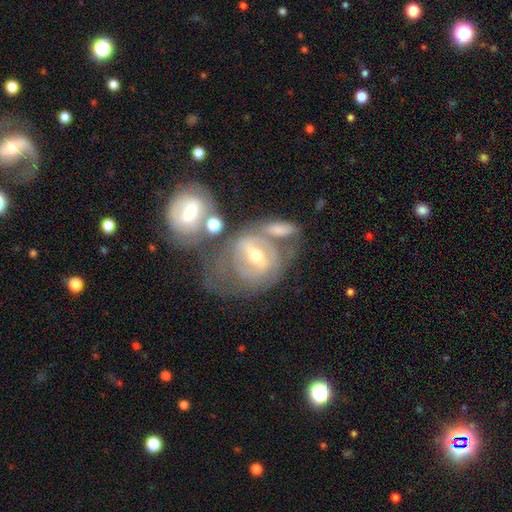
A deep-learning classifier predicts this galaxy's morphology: The model was most divided on "merging": merger: 38%, none: 35%, minor disturbance: 15%, major disturbance: 12%. Remaining: edge-on disk — no (95%); smooth or featured — featured or disk (77%); spiral arms — yes (76%); spiral winding — tight (57%); bulge size — moderate (53%); spiral arm count — can't tell (44%); bar — weak (42%).